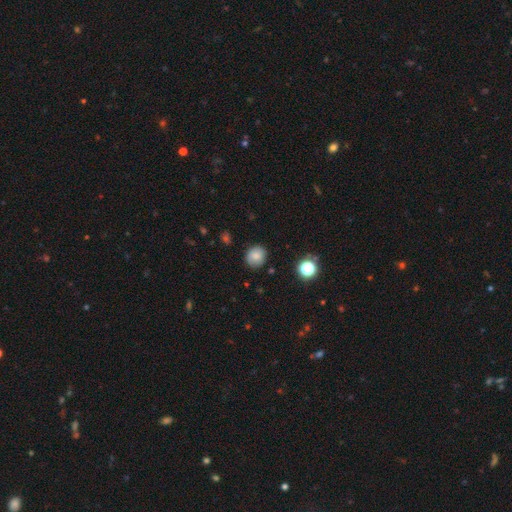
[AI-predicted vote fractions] smooth_or_featured: smooth (p=0.81) [alt: star or artifact p=0.11]
how_rounded: round (p=0.80) [alt: in between p=0.19]
merging: none (p=0.84) [alt: minor disturbance p=0.12]